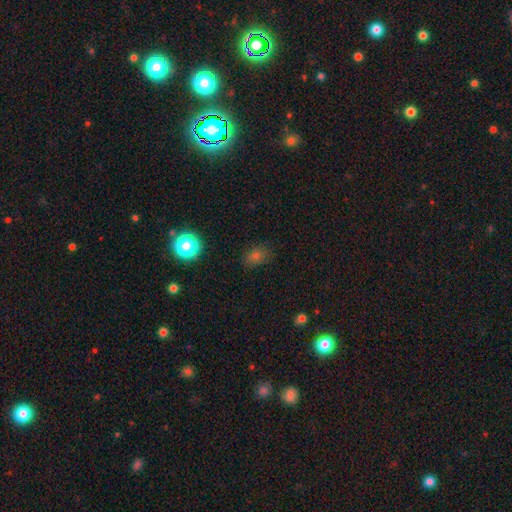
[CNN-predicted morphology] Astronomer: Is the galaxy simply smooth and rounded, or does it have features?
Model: smooth — 68%.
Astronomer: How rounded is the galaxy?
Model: in between — 57% (runner-up: round, 41%).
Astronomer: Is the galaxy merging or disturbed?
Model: none — 82%.